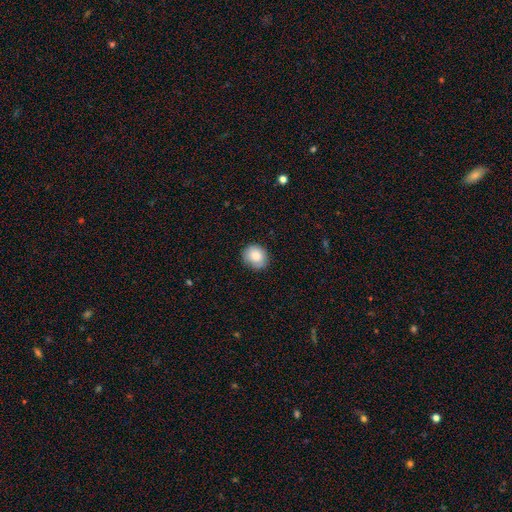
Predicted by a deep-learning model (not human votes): smooth 84%, star or artifact 8%, featured or disk 8%. Down the decision tree: how rounded — round (74%); merging — none (81%).